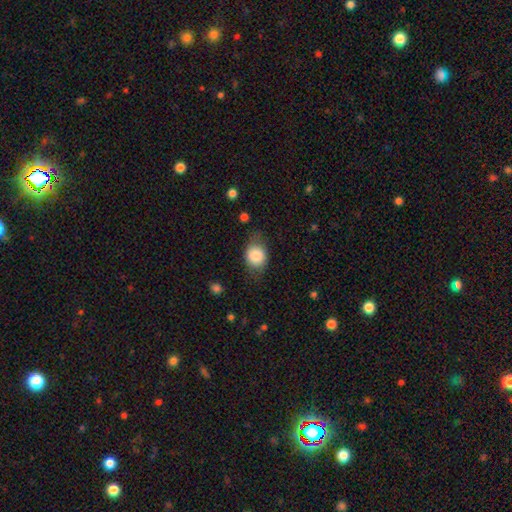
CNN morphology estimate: This is clearly a smooth galaxy (81%). How rounded: possibly round (51%). Merging: likely none (66%).